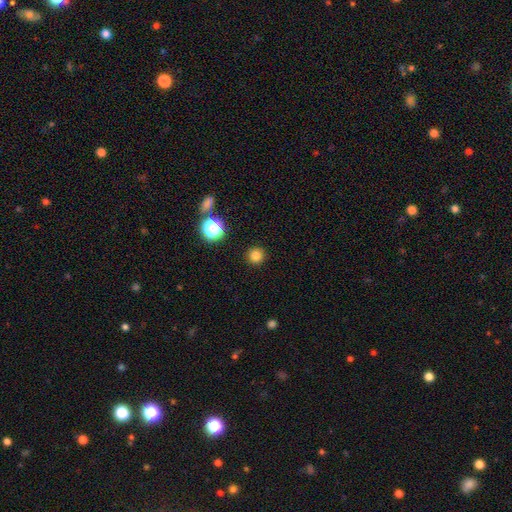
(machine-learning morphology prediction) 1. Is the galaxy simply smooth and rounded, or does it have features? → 80% smooth, 15% star or artifact, 4% featured or disk.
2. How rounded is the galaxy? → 95% round, 4% in between, 1% cigar-shaped.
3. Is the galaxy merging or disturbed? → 92% none, 5% minor disturbance, 2% major disturbance, 1% merger.